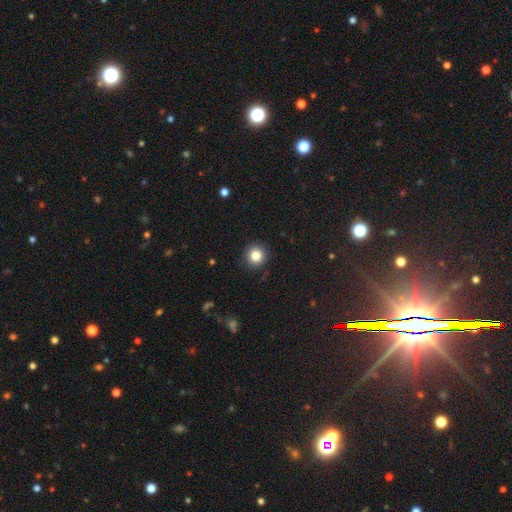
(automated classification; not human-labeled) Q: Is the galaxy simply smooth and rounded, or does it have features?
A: smooth — 83%.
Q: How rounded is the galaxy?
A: round — 92%.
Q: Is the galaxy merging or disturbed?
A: none — 90%.